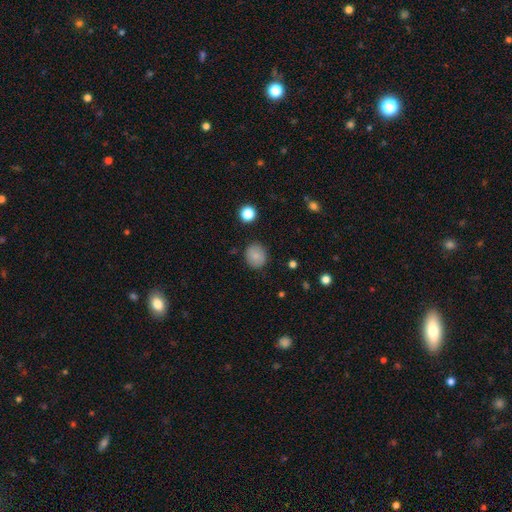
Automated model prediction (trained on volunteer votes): Overall: smooth (83%). How rounded: round (78%). Merging: none (87%).